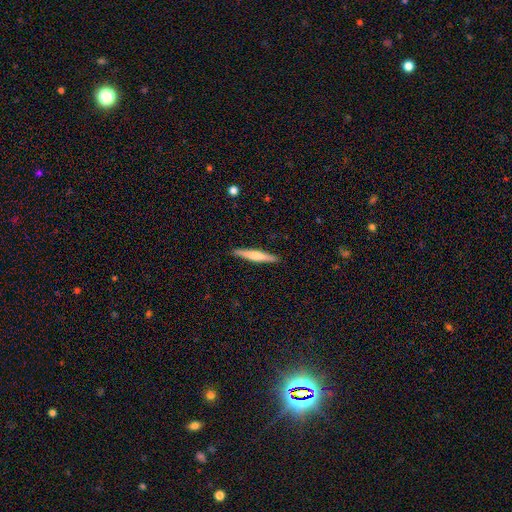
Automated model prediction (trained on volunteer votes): Overall: smooth (52%; featured or disk 43%). How rounded: cigar-shaped (94%). Merging: none (91%).